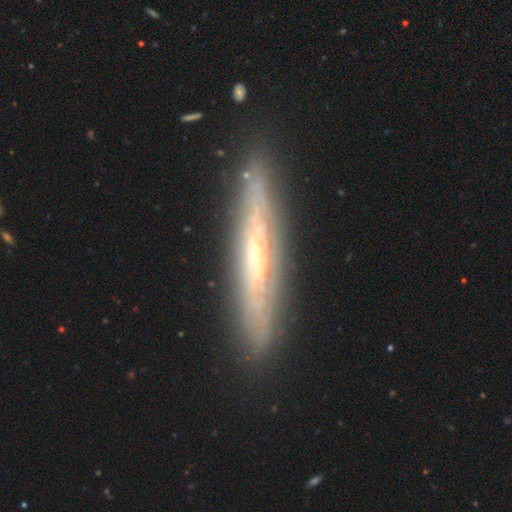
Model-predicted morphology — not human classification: featured or disk 74%, smooth 19%, star or artifact 6%. Down the decision tree: edge-on disk — yes (77%); edge-on bulge — none (51%); merging — none (85%).